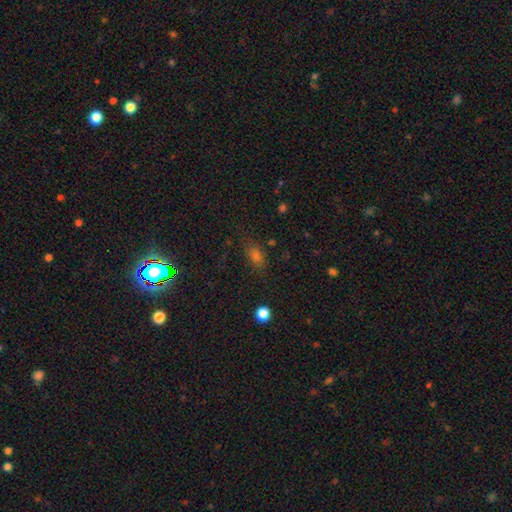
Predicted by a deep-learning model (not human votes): Smooth or featured? smooth (59%)
How rounded? in between (75%)
Merging? none (79%)